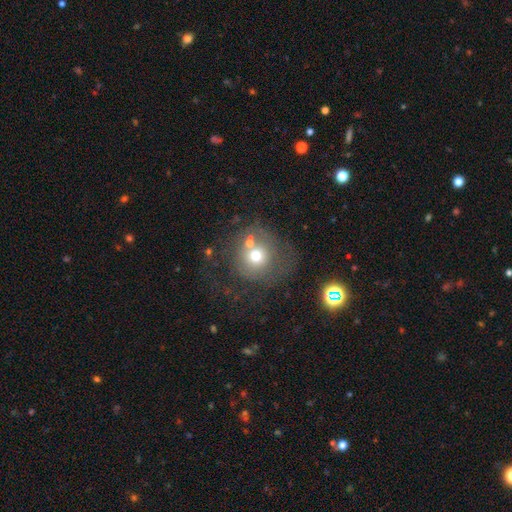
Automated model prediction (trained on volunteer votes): Smooth or featured? Predicted: smooth (p=0.59). How rounded? Predicted: round (p=0.87). Merging? Predicted: none (p=0.46).